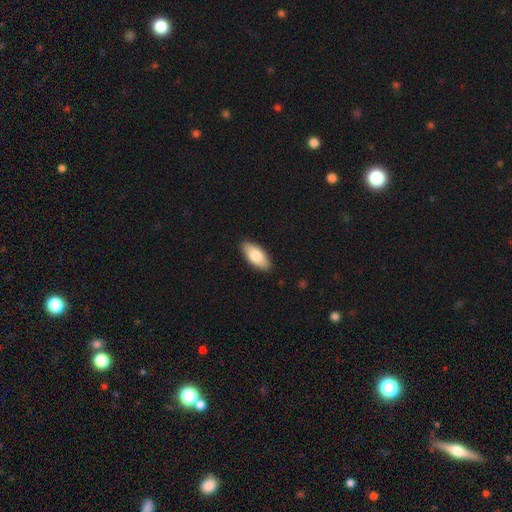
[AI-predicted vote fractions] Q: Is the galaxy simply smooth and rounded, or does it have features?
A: smooth — 81%.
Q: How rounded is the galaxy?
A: in between — 89%.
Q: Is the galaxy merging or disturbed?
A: none — 88%.